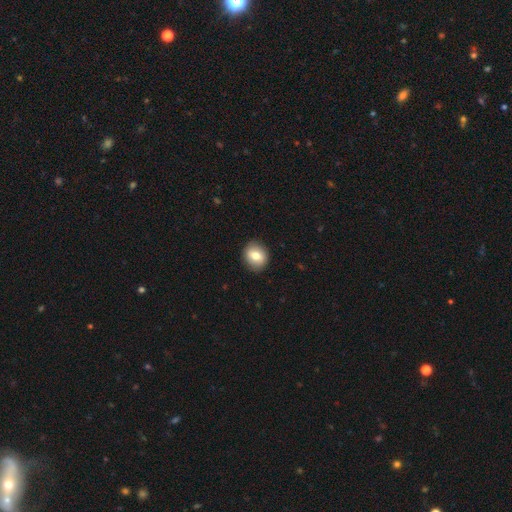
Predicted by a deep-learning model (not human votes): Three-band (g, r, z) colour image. It shows a smooth galaxy with no disk features (74%) that is round (73%). Merging: none (89%).